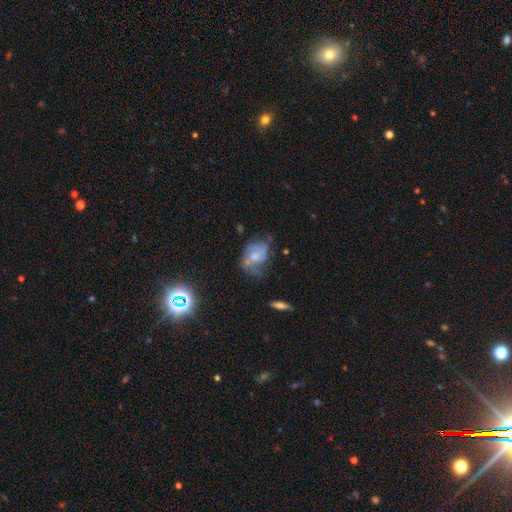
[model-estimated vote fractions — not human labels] The model was most divided on "merging": none: 35%, minor disturbance: 31%, major disturbance: 26%, merger: 7%. Remaining: smooth or featured — featured or disk (50%).